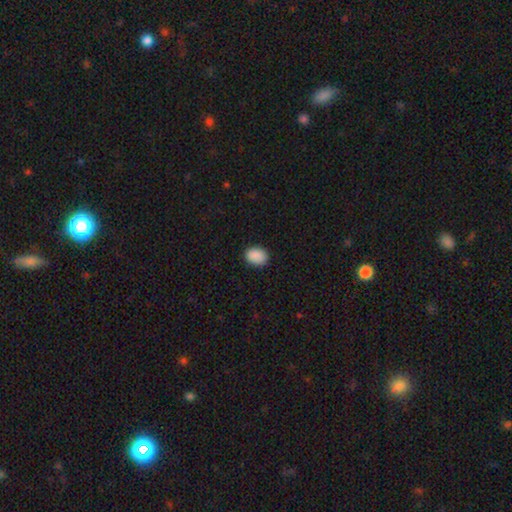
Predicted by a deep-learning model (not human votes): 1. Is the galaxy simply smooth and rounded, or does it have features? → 90% smooth, 8% star or artifact, 2% featured or disk.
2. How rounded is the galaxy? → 72% in between, 27% round, 1% cigar-shaped.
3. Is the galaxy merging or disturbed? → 88% none, 9% minor disturbance, 2% major disturbance, 1% merger.